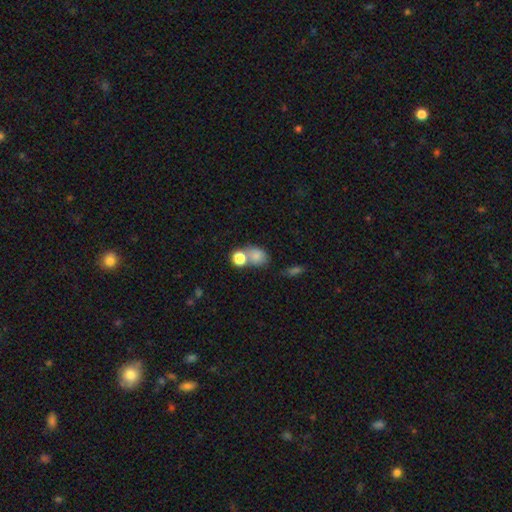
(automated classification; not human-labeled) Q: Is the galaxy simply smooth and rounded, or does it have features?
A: smooth — 78%.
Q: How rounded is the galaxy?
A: in between — 51%.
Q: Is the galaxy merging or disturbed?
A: none — 43%.